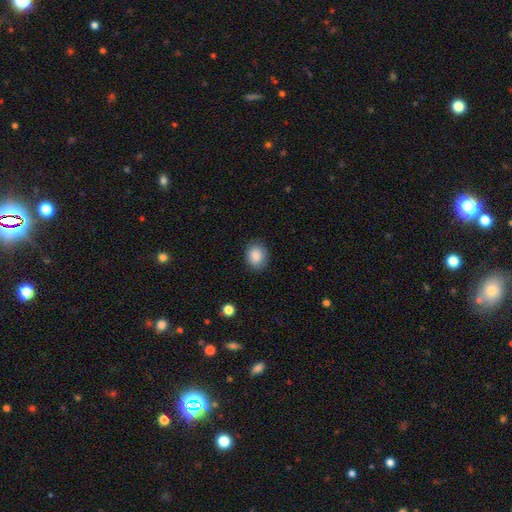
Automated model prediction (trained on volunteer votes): Smooth or featured? smooth (88%)
How rounded? round (53%)
Merging? none (83%)